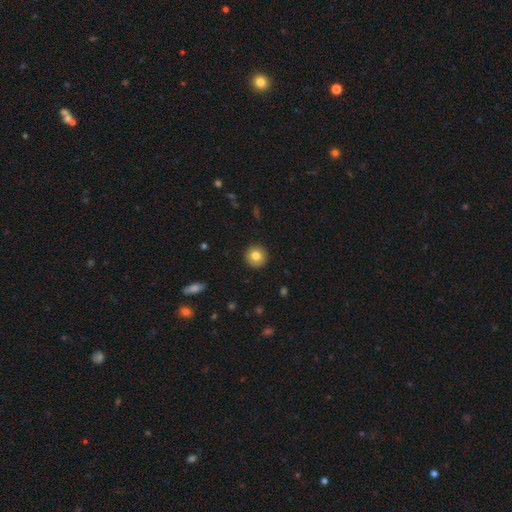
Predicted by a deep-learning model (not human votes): Smooth or featured?
  - smooth: 80% *
  - featured or disk: 11%
  - star or artifact: 9%
How rounded?
  - round: 95% *
  - in between: 4%
  - cigar-shaped: 1%
Merging?
  - none: 92% *
  - minor disturbance: 5%
  - major disturbance: 2%
  - merger: 1%